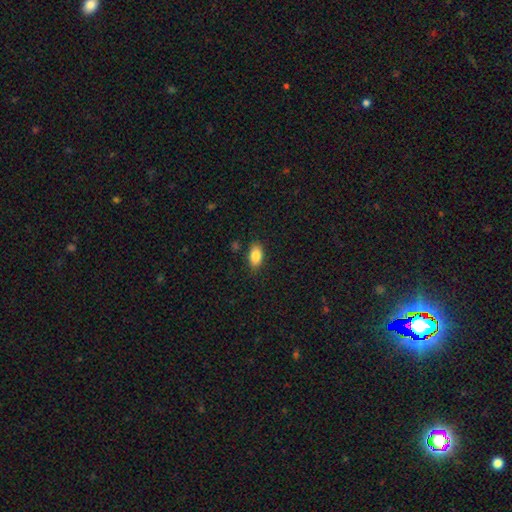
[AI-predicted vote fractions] A smooth galaxy with no disk features (85%) that is in between round and cigar-shaped (90%). Merging: none (84%).